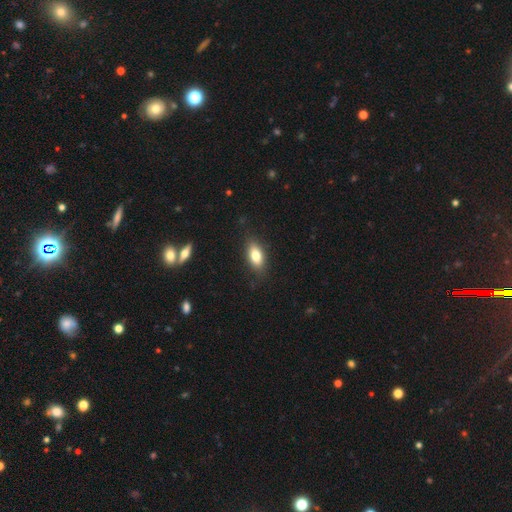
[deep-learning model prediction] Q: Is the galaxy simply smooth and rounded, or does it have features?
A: smooth — 78%.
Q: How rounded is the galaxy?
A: in between — 85%.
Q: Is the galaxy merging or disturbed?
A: none — 84%.